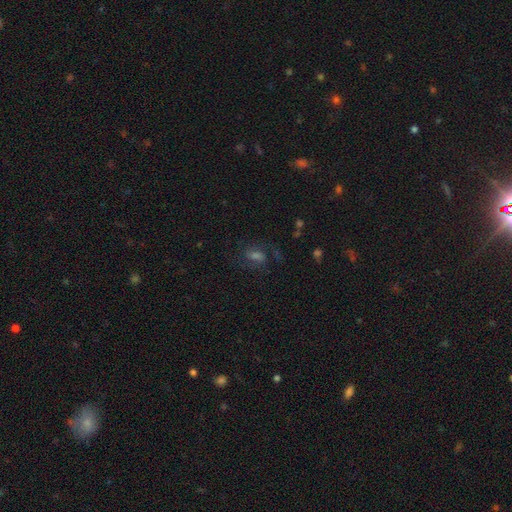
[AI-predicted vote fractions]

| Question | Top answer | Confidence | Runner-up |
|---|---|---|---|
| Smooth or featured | featured or disk | 42% | smooth (33%) |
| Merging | none | 67% | minor disturbance (16%) |